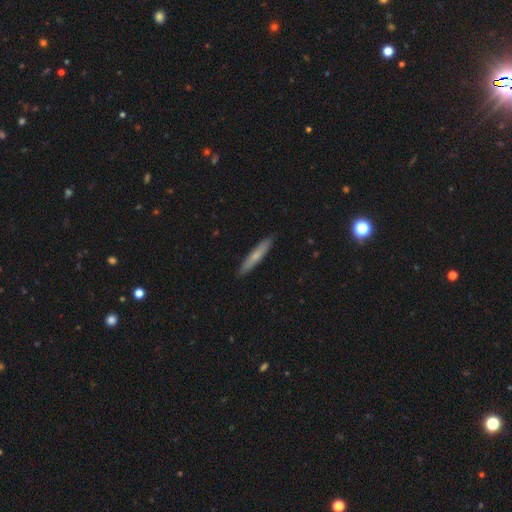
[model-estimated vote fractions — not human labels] A smooth galaxy with no disk features (63%) that is cigar-shaped (93%).

Vote fractions:
- Smooth or featured? smooth: 63% / featured or disk: 31% / star or artifact: 6%
- How rounded? cigar-shaped: 93% / in between: 5% / round: 1%
- Merging? none: 90% / minor disturbance: 7% / major disturbance: 1% / merger: 1%